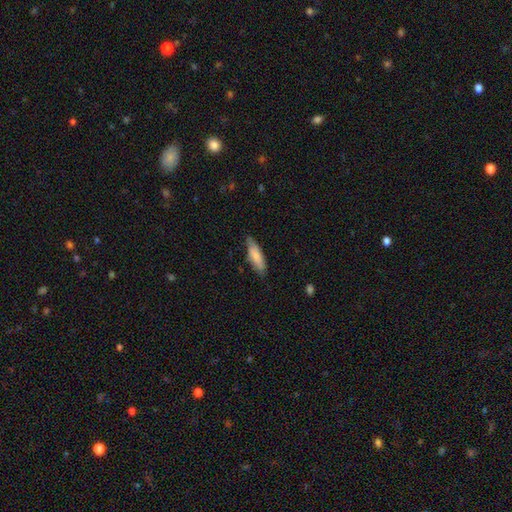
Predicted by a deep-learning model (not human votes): Q: Smooth or featured?
A: smooth (78%); runner-up: featured or disk (16%)
Q: How rounded?
A: cigar-shaped (53%); runner-up: in between (46%)
Q: Merging?
A: none (76%); runner-up: minor disturbance (20%)